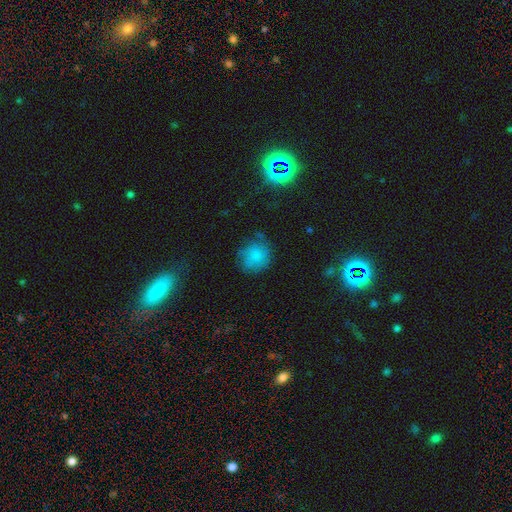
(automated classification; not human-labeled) smooth-or-featured: smooth: 72% | featured or disk: 18% | star or artifact: 10%
  how-rounded: round: 84% | in between: 15% | cigar-shaped: 1%
  merging: none: 61% | minor disturbance: 25% | major disturbance: 11% | merger: 3%